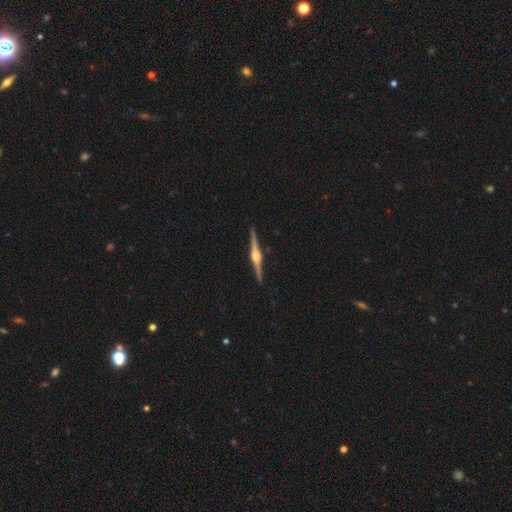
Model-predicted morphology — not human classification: This appears to be a featured or disk galaxy (88%) viewed edge-on (99%) with a rounded central bulge (89%). Merging: none (92%).